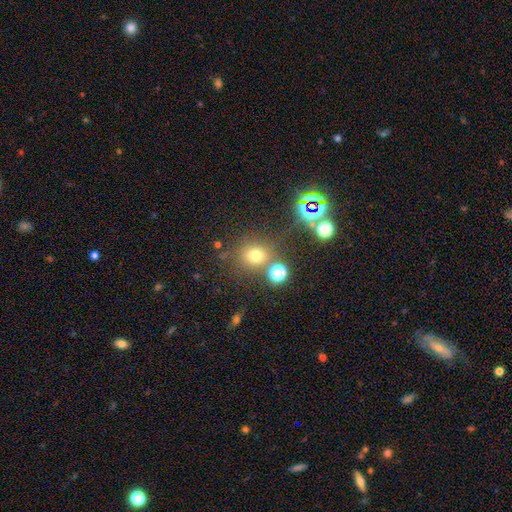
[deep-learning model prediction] Smooth or featured: smooth — 67% (star or artifact — 24%)
How rounded: round — 81% (in between — 18%)
Merging: none — 74% (merger — 11%)